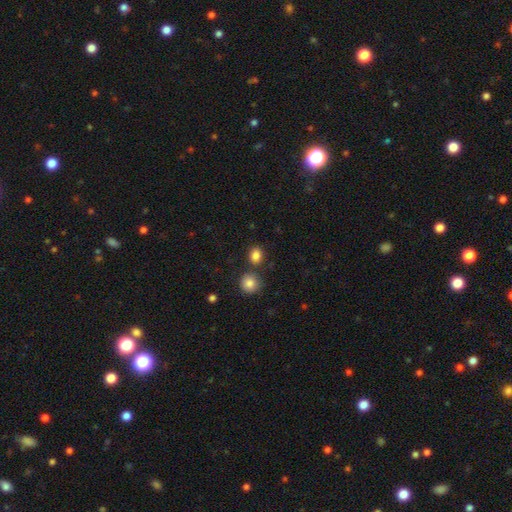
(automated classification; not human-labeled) smooth 85%, star or artifact 10%, featured or disk 5%. Down the decision tree: how rounded — round (51%); merging — none (75%).